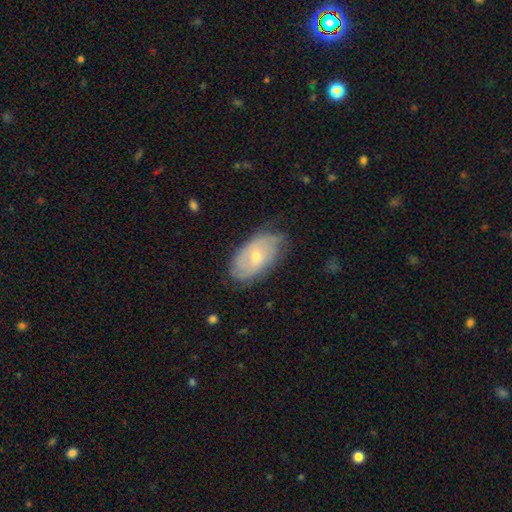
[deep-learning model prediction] smooth_or_featured: featured or disk (p=0.66) [alt: smooth p=0.27]
disk_edge_on: no (p=0.93) [alt: yes p=0.07]
bar: no (p=0.70) [alt: weak p=0.26]
has_spiral_arms: yes (p=0.84) [alt: no p=0.16]
spiral_winding: tight (p=0.56) [alt: medium p=0.31]
spiral_arm_count: can't tell (p=0.46) [alt: 2 p=0.28]
bulge_size: small (p=0.57) [alt: moderate p=0.40]
merging: none (p=0.67) [alt: minor disturbance p=0.25]